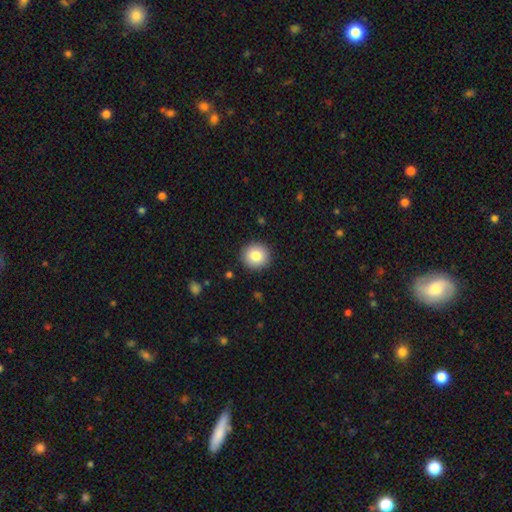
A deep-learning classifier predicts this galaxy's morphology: This appears to be a smooth galaxy with no disk features (84%) that is round (91%). Merging: none (91%).